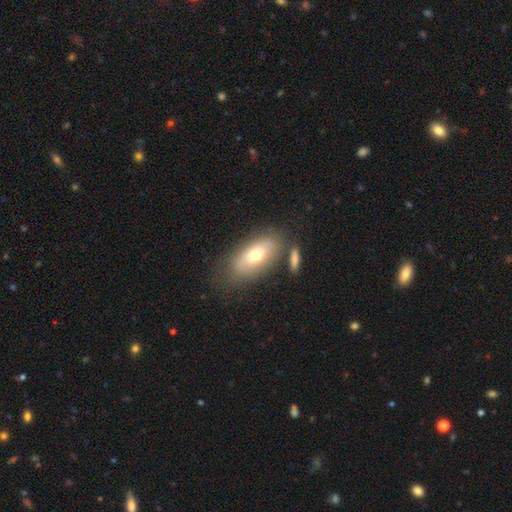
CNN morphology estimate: Overall: smooth (63%; featured or disk 30%). How rounded: in between (86%). Merging: none (67%).